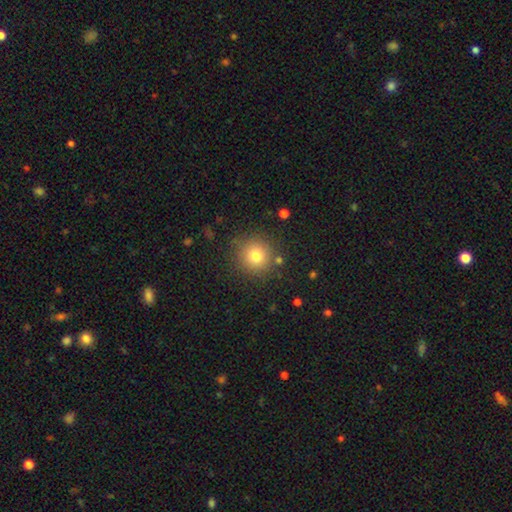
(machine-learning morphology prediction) A smooth galaxy with no disk features (77%) that is round (94%).

Vote fractions:
- Smooth or featured? smooth: 77% / star or artifact: 13% / featured or disk: 9%
- How rounded? round: 94% / in between: 5% / cigar-shaped: 1%
- Merging? none: 85% / minor disturbance: 9% / major disturbance: 3% / merger: 3%